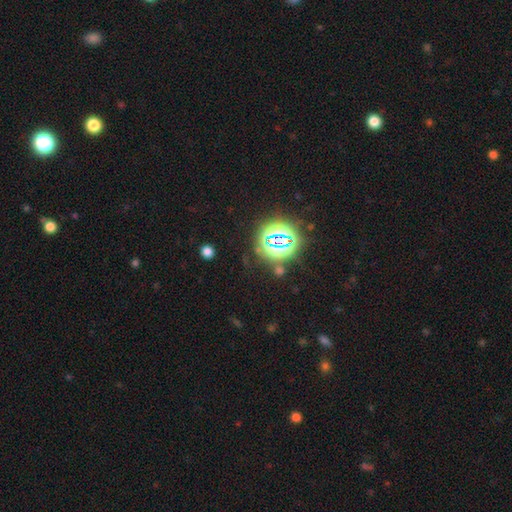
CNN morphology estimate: Overall: star or artifact (82%).